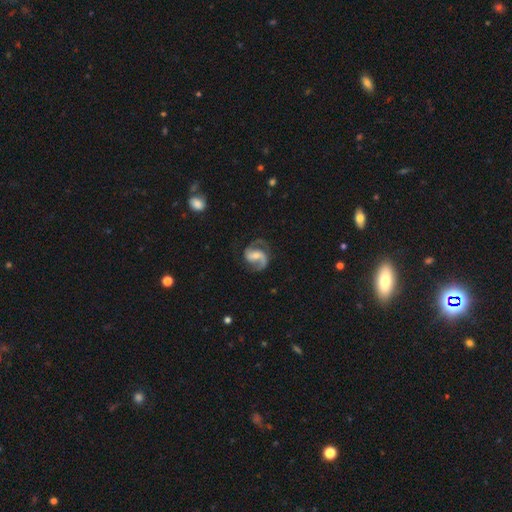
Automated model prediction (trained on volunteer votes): The model was most divided on "bulge size": small: 45%, moderate: 43%, none: 6%, large: 4%, dominant: 1%. Remaining: edge-on disk — no (98%); spiral arms — yes (97%); spiral arm count — 2 (89%); smooth or featured — featured or disk (87%); merging — none (71%); spiral winding — medium (55%); bar — weak (45%).